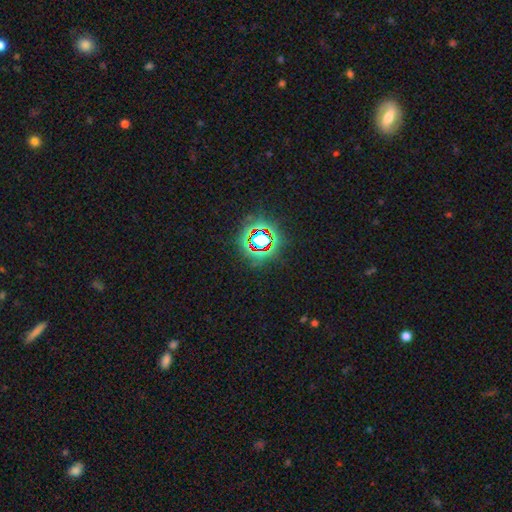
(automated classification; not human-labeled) star or artifact 77%, smooth 13%, featured or disk 10%.